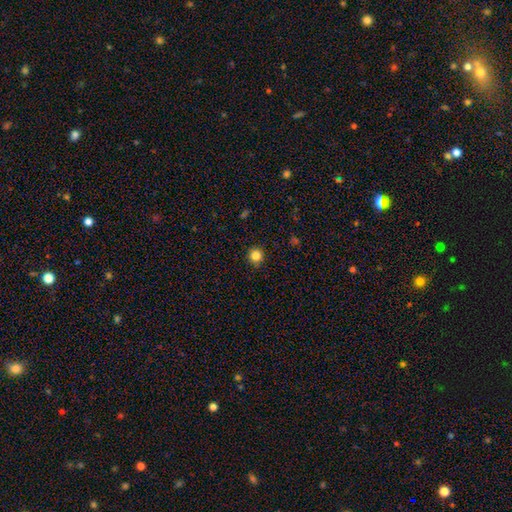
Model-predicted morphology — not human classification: A smooth galaxy with no disk features (84%) that is round (94%).

Vote fractions:
- Smooth or featured? smooth: 84% / star or artifact: 12% / featured or disk: 4%
- How rounded? round: 94% / in between: 5% / cigar-shaped: 1%
- Merging? none: 91% / minor disturbance: 6% / major disturbance: 2% / merger: 1%